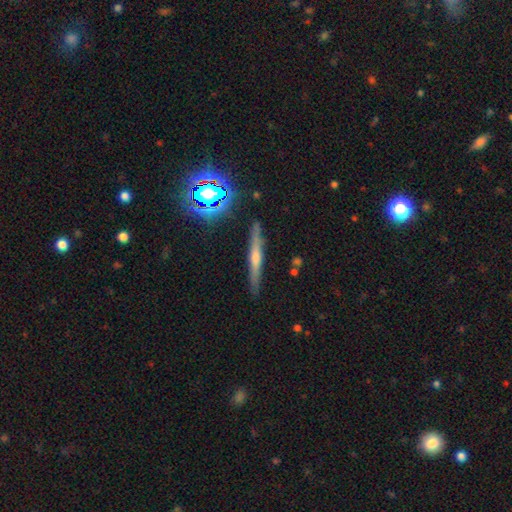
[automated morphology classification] Smooth or featured?
  - featured or disk: 62% *
  - smooth: 20%
  - star or artifact: 19%
Edge-on disk?
  - yes: 93% *
  - no: 7%
Edge-on bulge?
  - rounded: 86% *
  - none: 9%
  - boxy: 5%
Merging?
  - none: 88% *
  - minor disturbance: 7%
  - merger: 2%
  - major disturbance: 2%